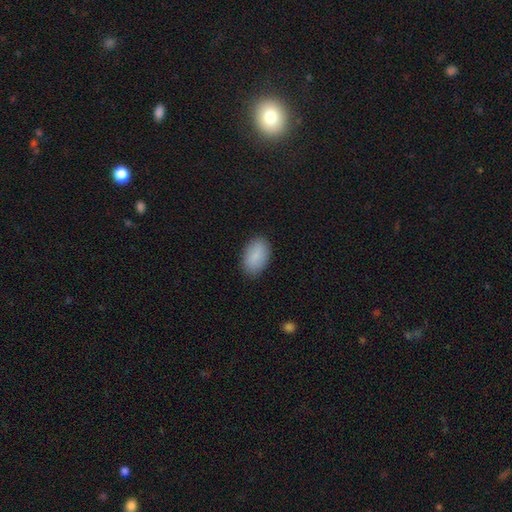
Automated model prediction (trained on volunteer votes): Overall: smooth (88%). How rounded: in between (93%). Merging: none (87%).